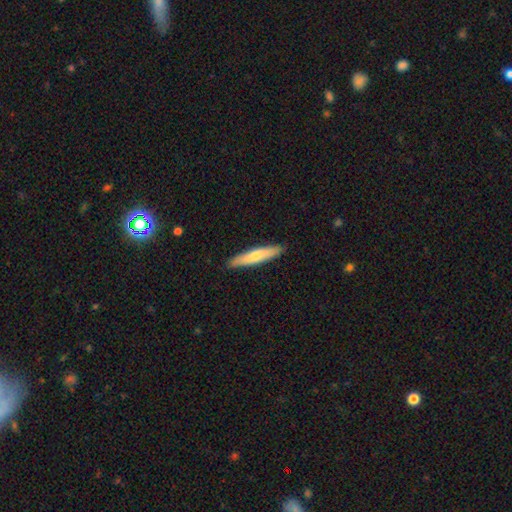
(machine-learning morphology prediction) smooth 66%, featured or disk 29%, star or artifact 5%. Down the decision tree: how rounded — cigar-shaped (89%); merging — none (90%).